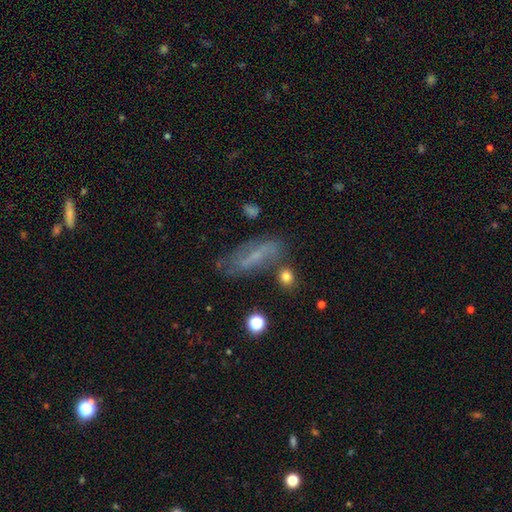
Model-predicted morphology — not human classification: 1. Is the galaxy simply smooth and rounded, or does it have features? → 51% featured or disk, 37% smooth, 12% star or artifact.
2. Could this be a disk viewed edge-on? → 75% no, 25% yes.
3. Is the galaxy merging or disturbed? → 59% none, 23% minor disturbance, 12% major disturbance, 7% merger.